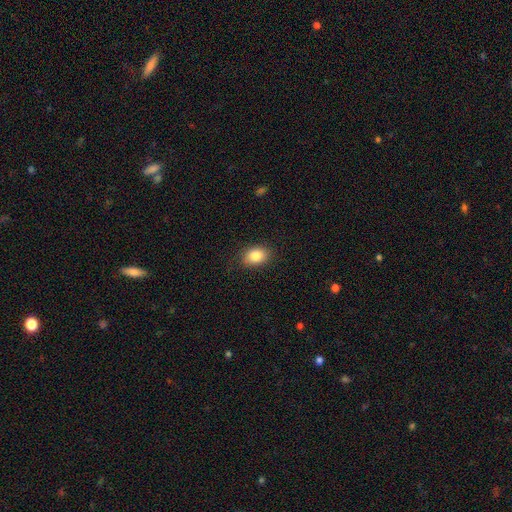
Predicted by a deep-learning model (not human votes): Q: Smooth or featured?
A: smooth (85%); runner-up: star or artifact (8%)
Q: How rounded?
A: in between (74%); runner-up: round (25%)
Q: Merging?
A: none (83%); runner-up: minor disturbance (12%)